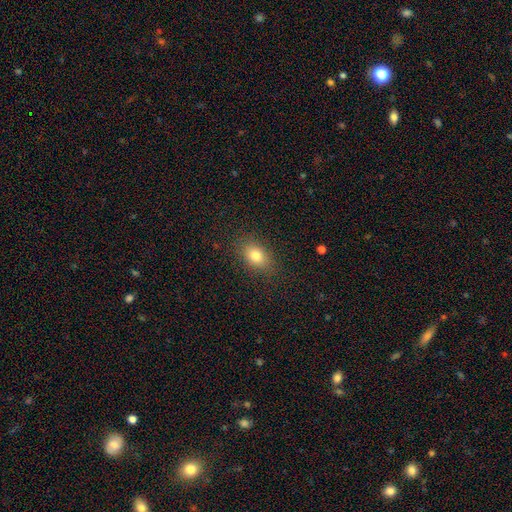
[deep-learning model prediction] The model was most divided on "how rounded": in between: 80%, round: 18%, cigar-shaped: 2%. More confident: merging — none (86%); smooth or featured — smooth (81%).